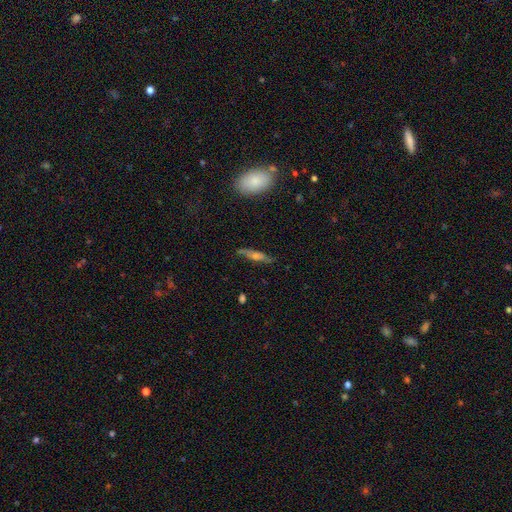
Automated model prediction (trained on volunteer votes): Overall: featured or disk (55%; smooth 35%). Edge-on disk: yes (88%). Merging: none (82%).